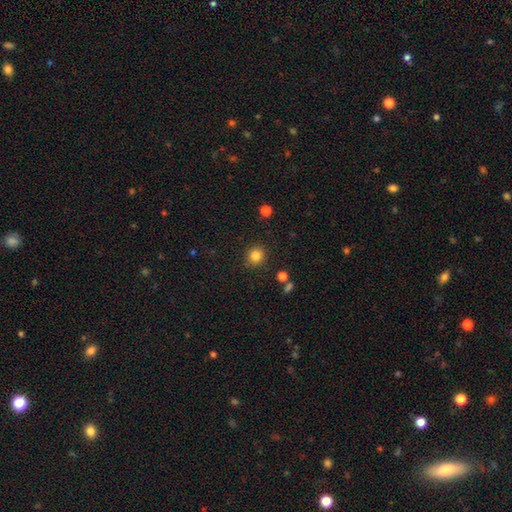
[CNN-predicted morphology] type=smooth (83%); roundness=round (88%); merging=none (87%).